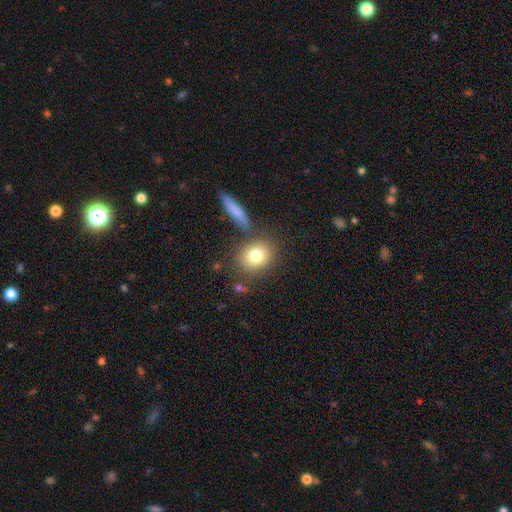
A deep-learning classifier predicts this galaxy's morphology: smooth 79%, featured or disk 11%, star or artifact 10%. Down the decision tree: how rounded — round (67%); merging — none (74%).